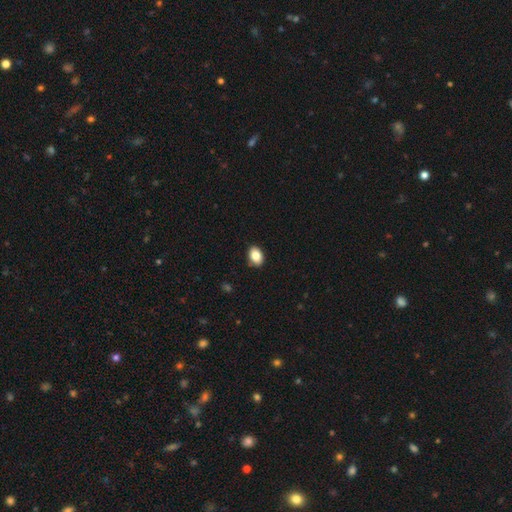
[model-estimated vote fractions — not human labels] This is clearly a smooth galaxy (86%). How rounded: clearly in between (81%). Merging: clearly none (88%).